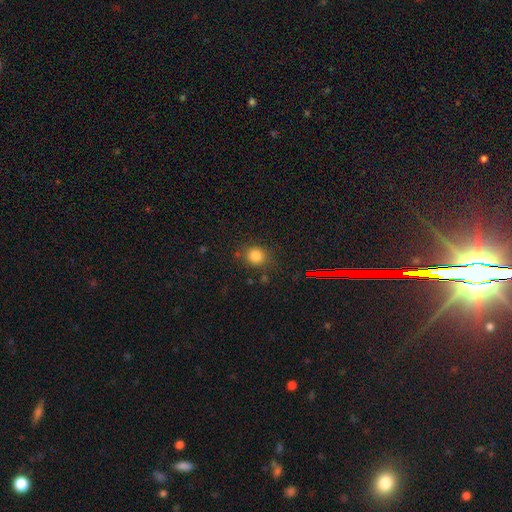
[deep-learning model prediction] A smooth galaxy with no disk features (81%) that is round (77%). Merging: none (80%).